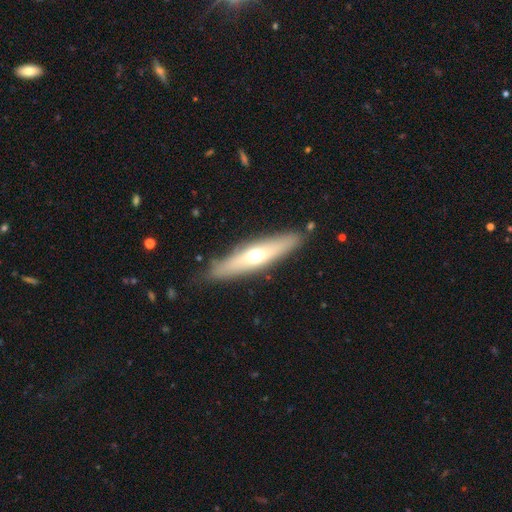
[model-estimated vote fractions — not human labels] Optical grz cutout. It shows a smooth galaxy with no disk features (48%). Merging: none (85%).